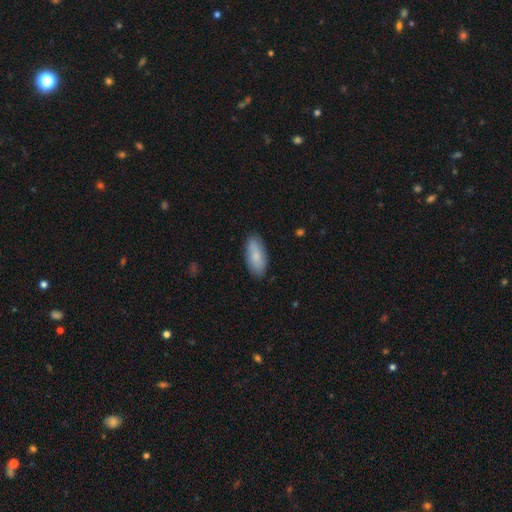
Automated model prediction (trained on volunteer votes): Smooth or featured: smooth — 84% (featured or disk — 11%)
How rounded: in between — 85% (cigar-shaped — 13%)
Merging: none — 85% (minor disturbance — 12%)